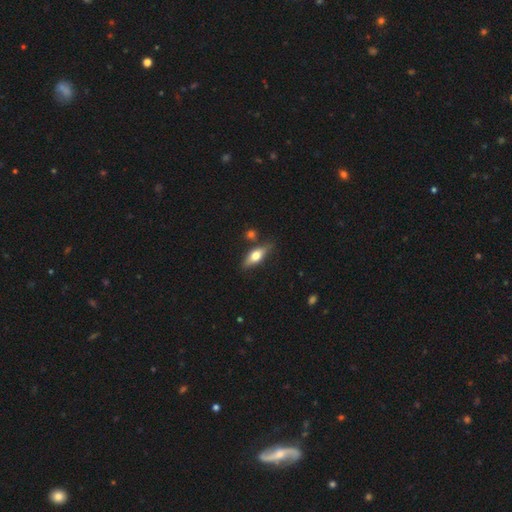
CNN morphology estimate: smooth 49%, featured or disk 44%, star or artifact 7%. Down the decision tree: merging — none (77%).